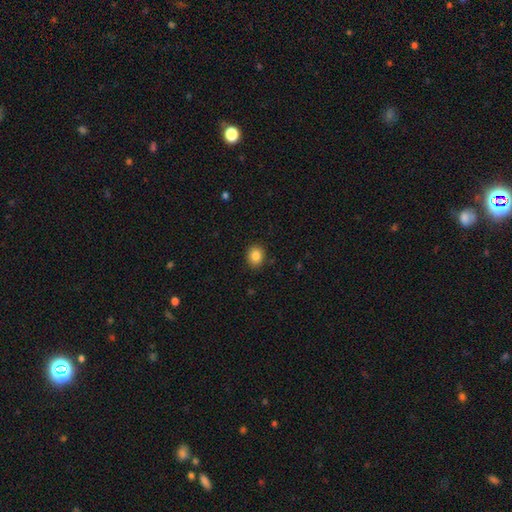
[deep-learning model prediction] A smooth galaxy with no disk features (85%) that is round (63%).

Vote fractions:
- Smooth or featured? smooth: 85% / star or artifact: 10% / featured or disk: 5%
- How rounded? round: 63% / in between: 36% / cigar-shaped: 1%
- Merging? none: 89% / minor disturbance: 8% / major disturbance: 2% / merger: 1%